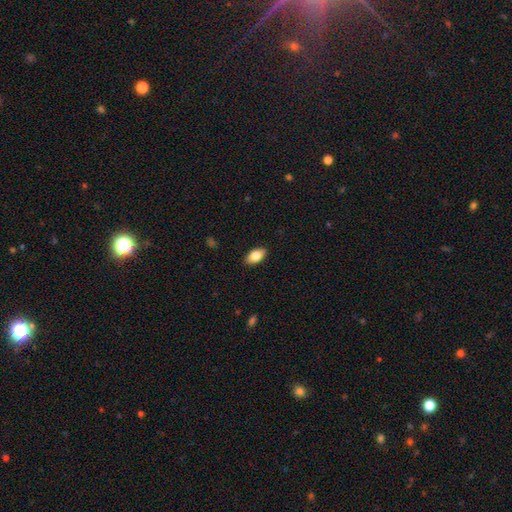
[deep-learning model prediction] Smooth or featured?
  - smooth: 82% *
  - featured or disk: 11%
  - star or artifact: 7%
How rounded?
  - in between: 92% *
  - round: 5%
  - cigar-shaped: 4%
Merging?
  - none: 88% *
  - minor disturbance: 9%
  - major disturbance: 2%
  - merger: 1%